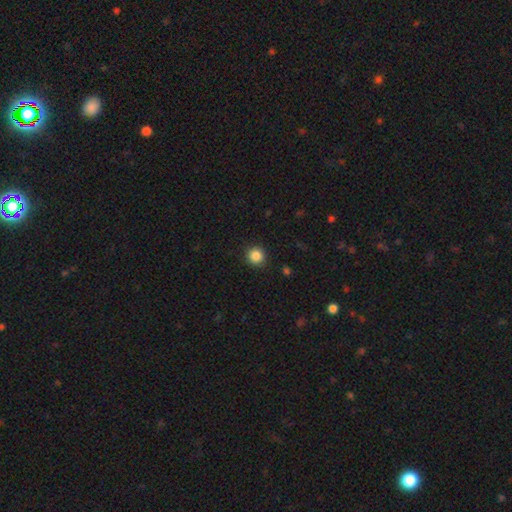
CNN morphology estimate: A smooth galaxy with no disk features (86%) that is round (94%). Merging: none (92%).